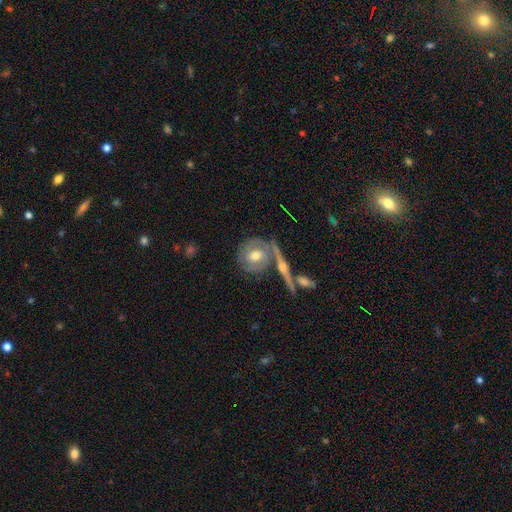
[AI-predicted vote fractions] Overall: featured or disk (74%). Edge-on disk: no (86%). Bar: no (56%; weak 34%). Spiral arms: yes (84%). Spiral arm count: 2 (46%; can't tell 29%). Spiral winding: tight (68%). Bulge size: moderate (75%). Merging: none (64%).